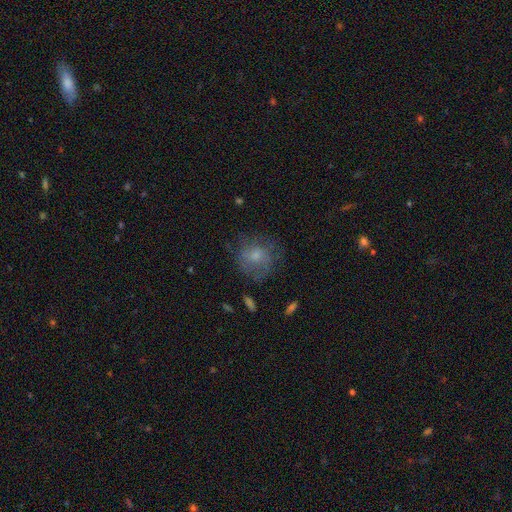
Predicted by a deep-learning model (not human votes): smooth_or_featured: smooth (p=0.58) [alt: featured or disk p=0.31]
how_rounded: round (p=0.79) [alt: in between p=0.20]
merging: none (p=0.62) [alt: minor disturbance p=0.22]